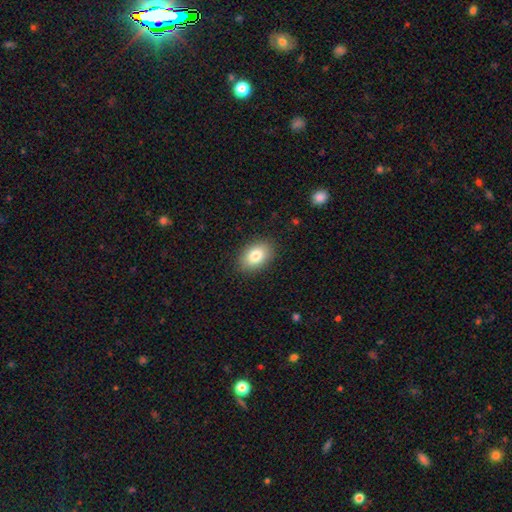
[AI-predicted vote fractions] Smooth or featured? smooth (83%)
How rounded? in between (86%)
Merging? none (88%)